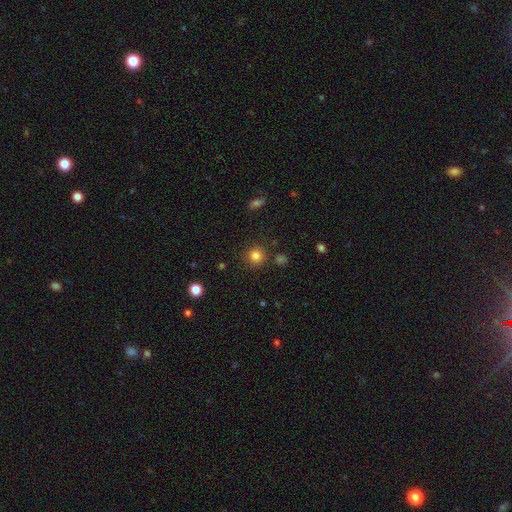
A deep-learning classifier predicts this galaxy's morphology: A smooth galaxy with no disk features (81%) that is round (92%).

Vote fractions:
- Smooth or featured? smooth: 81% / star or artifact: 13% / featured or disk: 5%
- How rounded? round: 92% / in between: 7% / cigar-shaped: 1%
- Merging? none: 87% / minor disturbance: 7% / merger: 3% / major disturbance: 3%